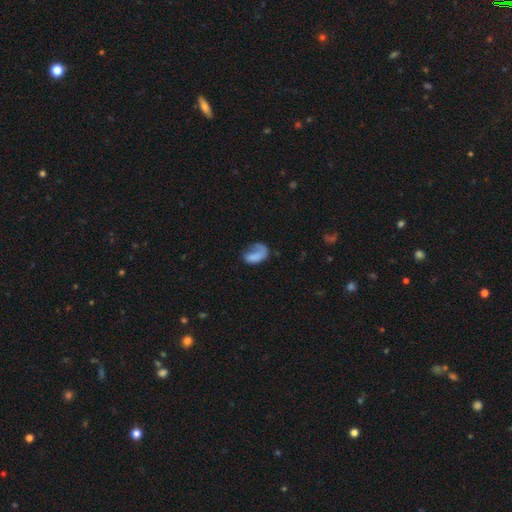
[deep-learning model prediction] smooth-or-featured: smooth: 60% | featured or disk: 32% | star or artifact: 9%
  how-rounded: in between: 86% | round: 12% | cigar-shaped: 2%
  merging: major disturbance: 44% | none: 30% | minor disturbance: 21% | merger: 5%